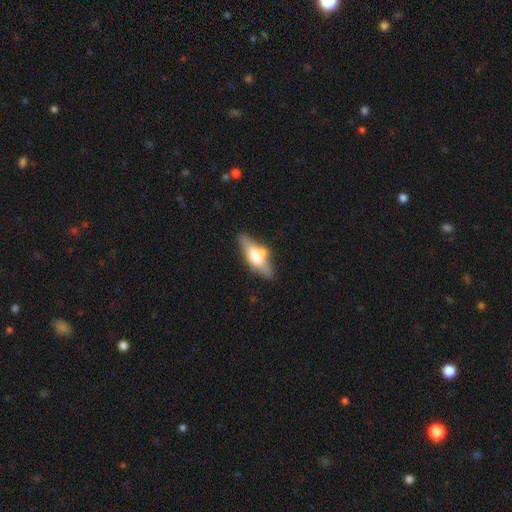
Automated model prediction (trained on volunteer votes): The model was most divided on "smooth or featured": smooth: 52%, featured or disk: 42%, star or artifact: 6%. More confident: merging — none (61%); how rounded — in between (54%).